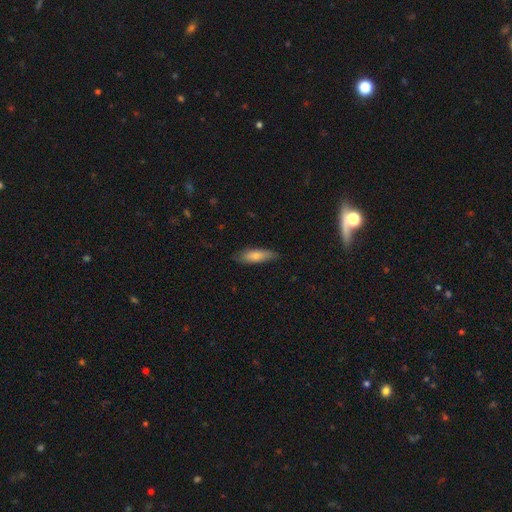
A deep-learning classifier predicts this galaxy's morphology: Smooth or featured? Predicted: smooth (p=0.74). How rounded? Predicted: cigar-shaped (p=0.50). Merging? Predicted: none (p=0.81).